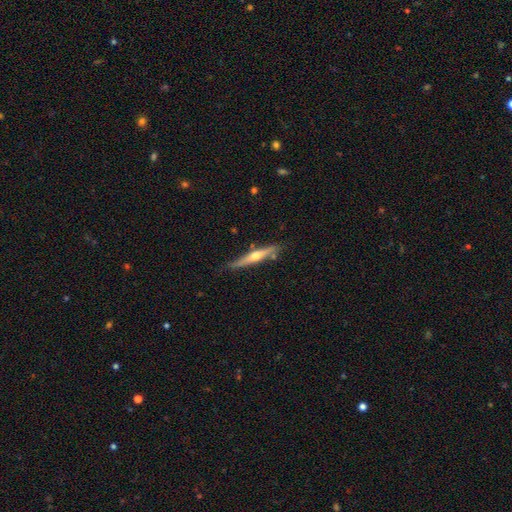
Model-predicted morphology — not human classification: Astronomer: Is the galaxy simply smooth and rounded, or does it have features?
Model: featured or disk — 67%.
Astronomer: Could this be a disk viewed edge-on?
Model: yes — 96%.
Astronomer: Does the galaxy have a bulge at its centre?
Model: rounded — 91%.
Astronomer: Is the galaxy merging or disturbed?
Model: none — 79%.